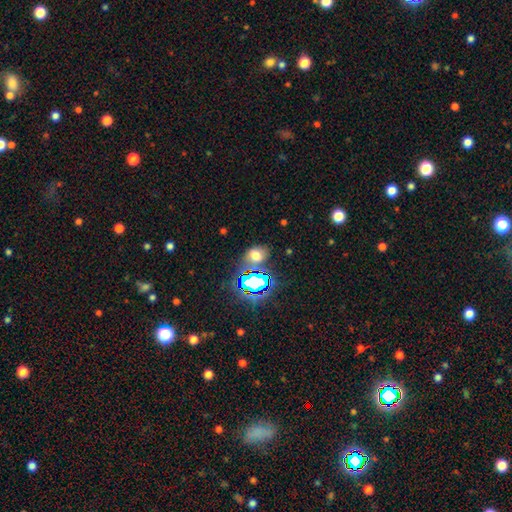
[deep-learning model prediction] A smooth galaxy with no disk features (57%) that is in between round and cigar-shaped (62%). Merging: none (68%).